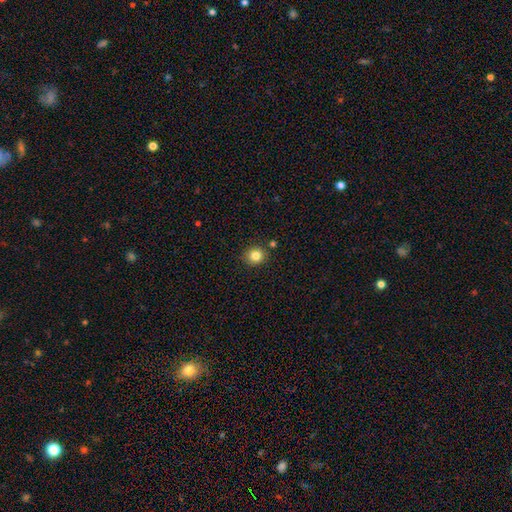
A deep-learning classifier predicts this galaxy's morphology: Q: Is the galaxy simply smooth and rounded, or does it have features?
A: smooth — 82%.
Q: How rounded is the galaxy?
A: round — 85%.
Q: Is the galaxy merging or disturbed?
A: none — 87%.